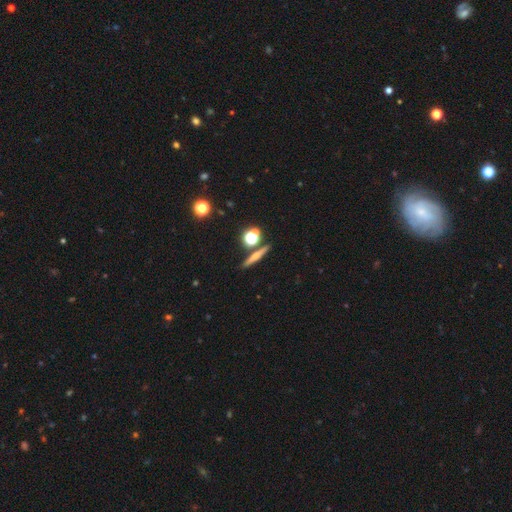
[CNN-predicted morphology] The model was most divided on "smooth or featured": featured or disk: 50%, smooth: 35%, star or artifact: 15%. More confident: edge-on disk — yes (94%); merging — none (82%).